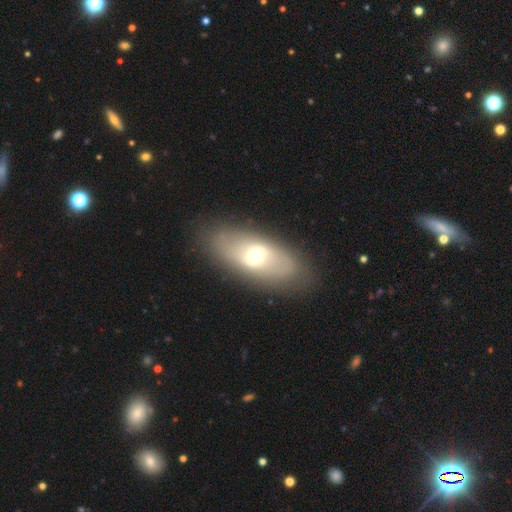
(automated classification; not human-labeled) featured or disk 48%, smooth 45%, star or artifact 8%. Down the decision tree: merging — none (83%).